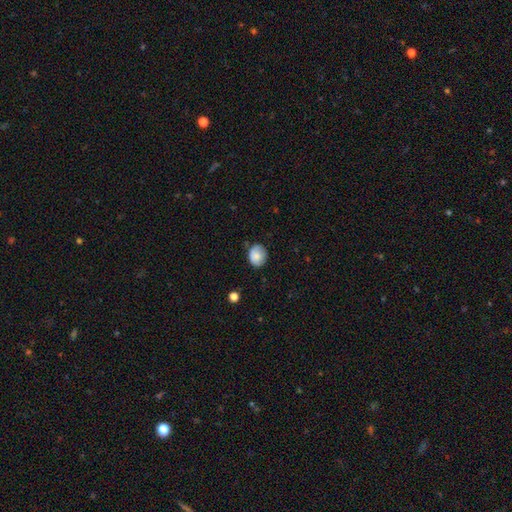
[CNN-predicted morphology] smooth_or_featured: smooth (p=0.81) [alt: featured or disk p=0.11]
how_rounded: round (p=0.55) [alt: in between p=0.44]
merging: none (p=0.70) [alt: minor disturbance p=0.24]